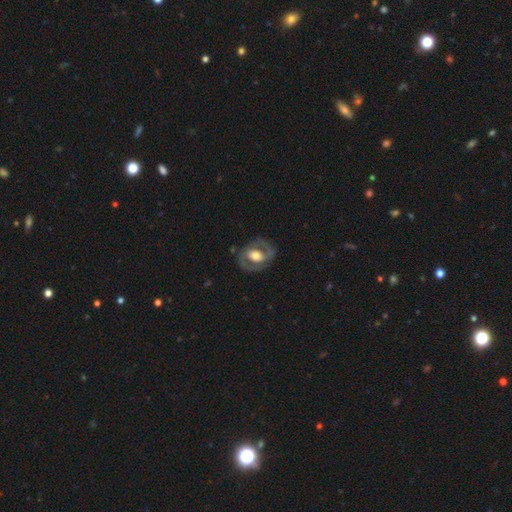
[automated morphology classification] This is likely a featured or disk galaxy (74%). It is clearly not viewed edge-on (96%). Bar: possibly no (48%). Spiral arm pattern: likely yes (69%). Central bulge: possibly moderate (56%). Merging: likely none (76%).